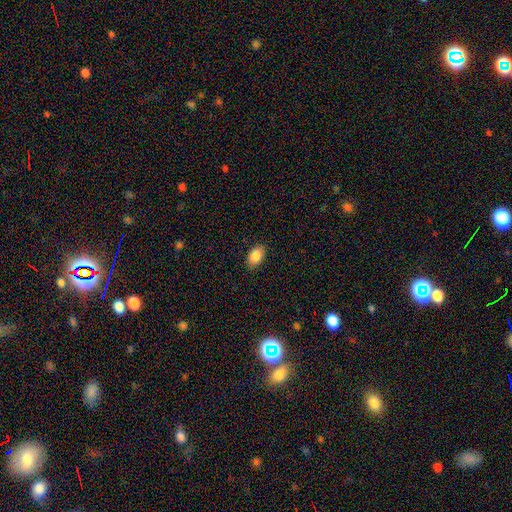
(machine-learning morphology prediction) A smooth galaxy with no disk features (87%) that is in between round and cigar-shaped (89%).

Vote fractions:
- Smooth or featured? smooth: 87% / star or artifact: 7% / featured or disk: 5%
- How rounded? in between: 89% / round: 9% / cigar-shaped: 1%
- Merging? none: 87% / minor disturbance: 10% / major disturbance: 2% / merger: 1%